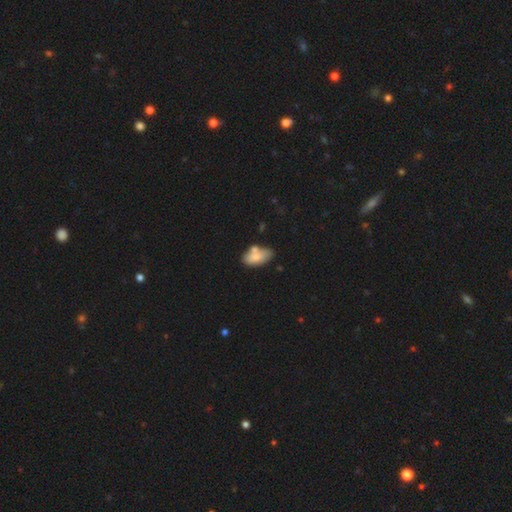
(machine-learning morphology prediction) Smooth or featured? Predicted: smooth (p=0.75). How rounded? Predicted: in between (p=0.92). Merging? Predicted: none (p=0.50).